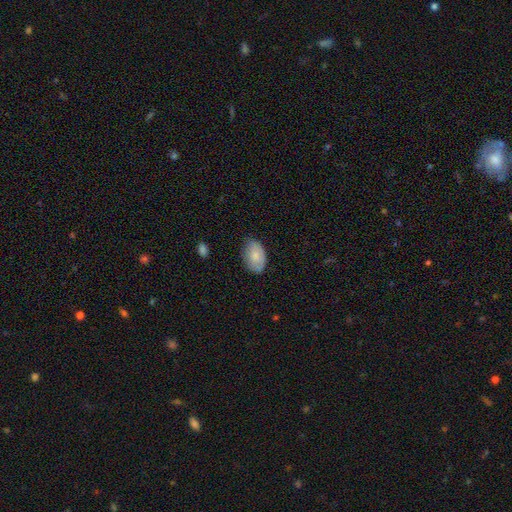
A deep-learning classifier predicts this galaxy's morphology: The model was most divided on "merging": none: 74%, minor disturbance: 21%, major disturbance: 4%, merger: 1%. More confident: how rounded — in between (91%); smooth or featured — smooth (80%).